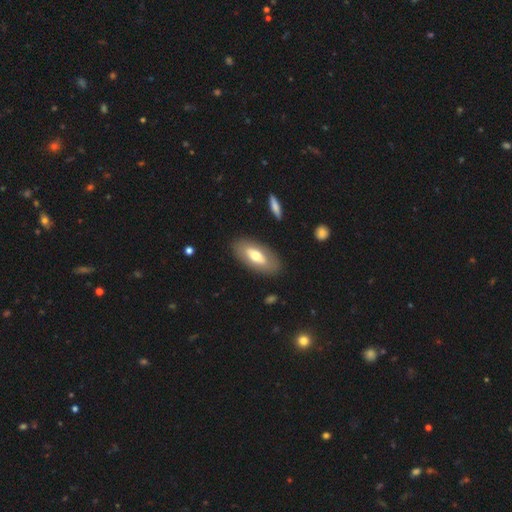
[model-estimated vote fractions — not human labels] smooth-or-featured: smooth: 55% | featured or disk: 39% | star or artifact: 6%
  how-rounded: in between: 87% | cigar-shaped: 11% | round: 3%
  merging: none: 85% | minor disturbance: 10% | major disturbance: 4% | merger: 2%